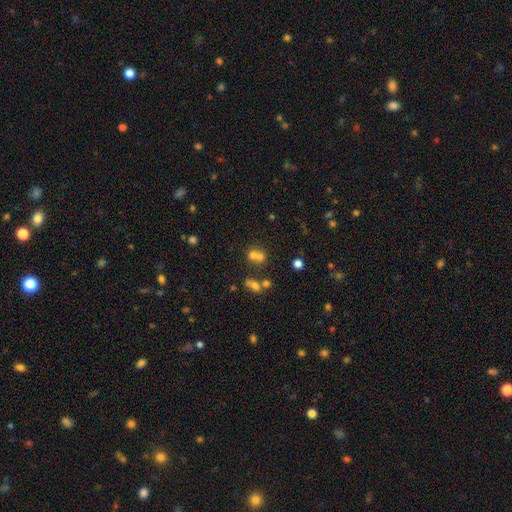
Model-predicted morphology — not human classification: A smooth galaxy with no disk features (65%) that is round (74%).

Vote fractions:
- Smooth or featured? smooth: 65% / star or artifact: 18% / featured or disk: 17%
- How rounded? round: 74% / in between: 25% / cigar-shaped: 1%
- Merging? merger: 56% / none: 33% / minor disturbance: 7% / major disturbance: 4%